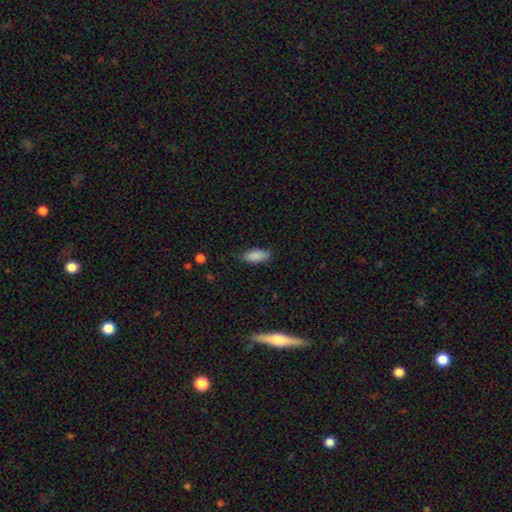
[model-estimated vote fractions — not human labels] Smooth or featured? smooth (88%)
How rounded? in between (83%)
Merging? none (76%)